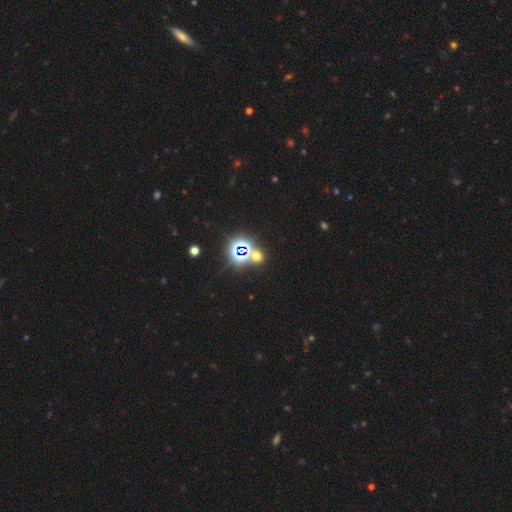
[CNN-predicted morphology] smooth_or_featured: star or artifact (p=0.56) [alt: smooth p=0.37]